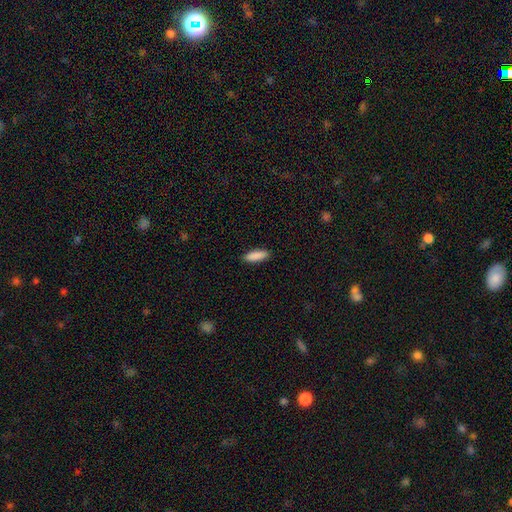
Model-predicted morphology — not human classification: Smooth or featured?
  - smooth: 90% *
  - star or artifact: 6%
  - featured or disk: 4%
How rounded?
  - in between: 54% *
  - cigar-shaped: 45%
  - round: 2%
Merging?
  - none: 89% *
  - minor disturbance: 8%
  - major disturbance: 2%
  - merger: 1%